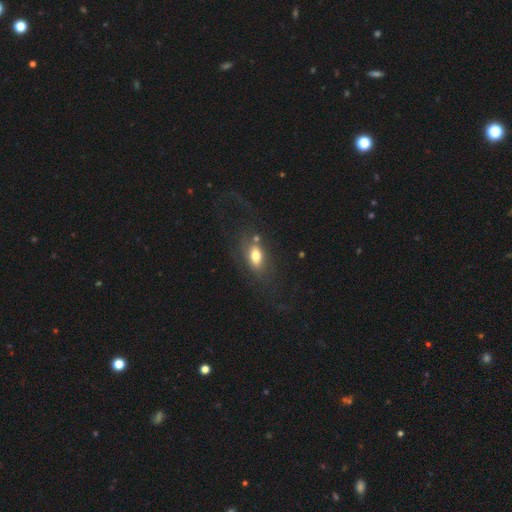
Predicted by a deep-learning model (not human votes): Smooth or featured? Predicted: smooth (p=0.69). How rounded? Predicted: in between (p=0.85). Merging? Predicted: none (p=0.58).